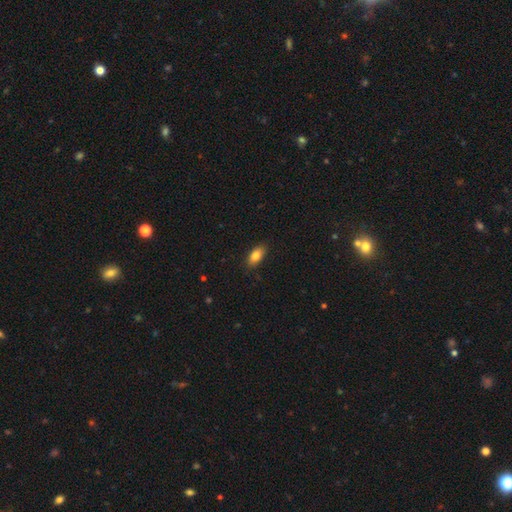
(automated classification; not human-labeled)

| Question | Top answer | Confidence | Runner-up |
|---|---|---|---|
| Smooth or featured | smooth | 82% | featured or disk (11%) |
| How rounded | in between | 88% | cigar-shaped (7%) |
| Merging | none | 86% | minor disturbance (11%) |